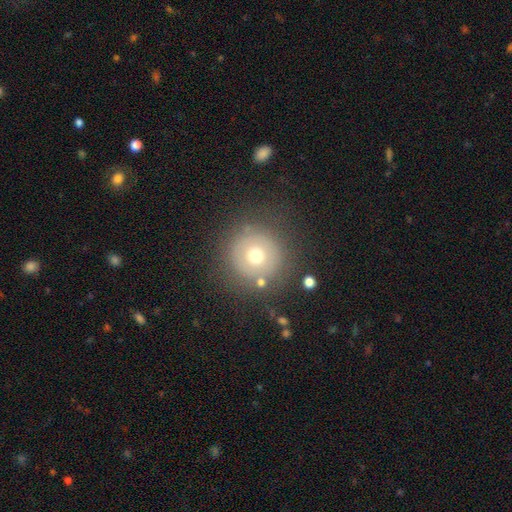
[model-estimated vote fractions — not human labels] Smooth or featured? smooth (62%)
How rounded? round (95%)
Merging? none (79%)